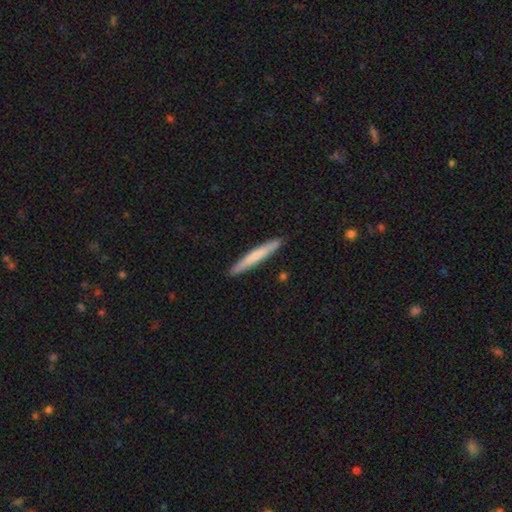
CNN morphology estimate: This appears to be a smooth galaxy with no disk features (68%) that is cigar-shaped (96%). Merging: none (91%).